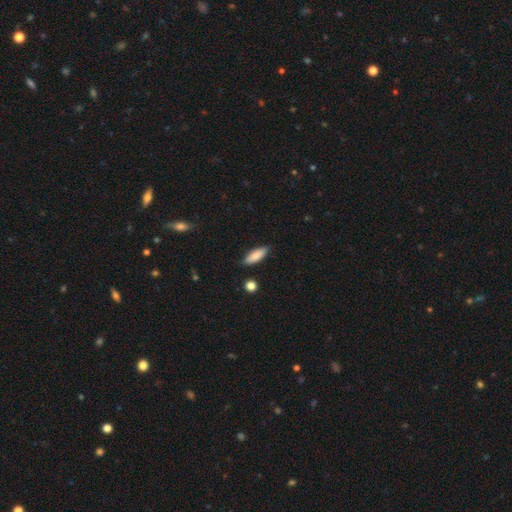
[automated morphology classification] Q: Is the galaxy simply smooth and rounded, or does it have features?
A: smooth — 85%.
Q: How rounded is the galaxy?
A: in between — 60%.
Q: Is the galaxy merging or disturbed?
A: none — 83%.